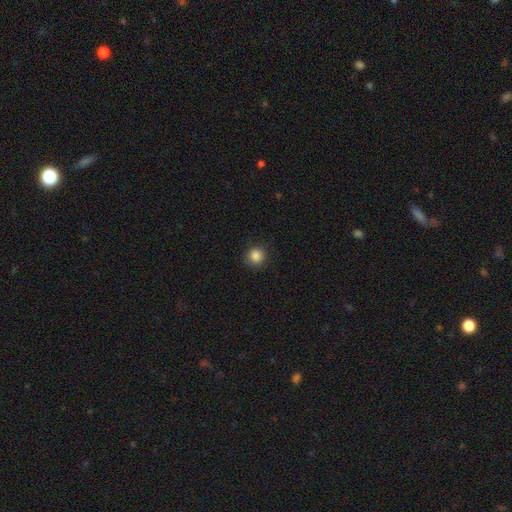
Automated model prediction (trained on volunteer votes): Q: Smooth or featured?
A: smooth (85%); runner-up: star or artifact (11%)
Q: How rounded?
A: round (92%); runner-up: in between (7%)
Q: Merging?
A: none (89%); runner-up: minor disturbance (8%)